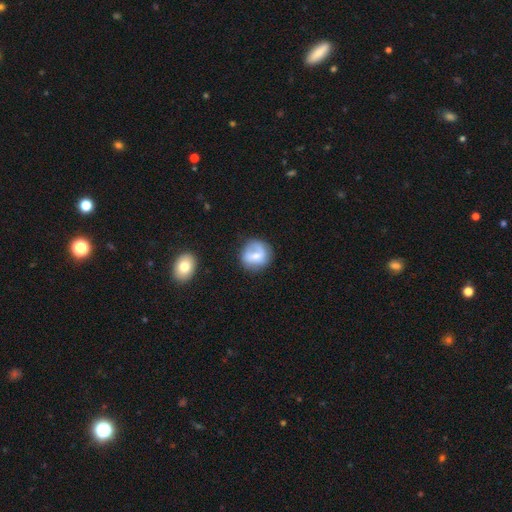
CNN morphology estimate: Smooth or featured?
  - smooth: 53% *
  - featured or disk: 40%
  - star or artifact: 8%
How rounded?
  - round: 85% *
  - in between: 14%
  - cigar-shaped: 1%
Merging?
  - none: 68% *
  - minor disturbance: 20%
  - major disturbance: 8%
  - merger: 4%